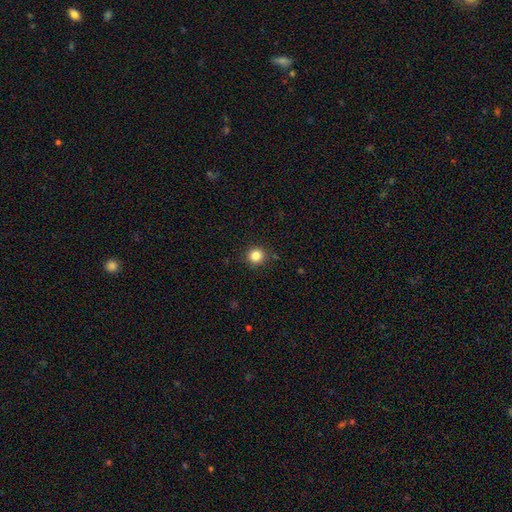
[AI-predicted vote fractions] Smooth or featured? smooth (84%)
How rounded? round (93%)
Merging? none (90%)